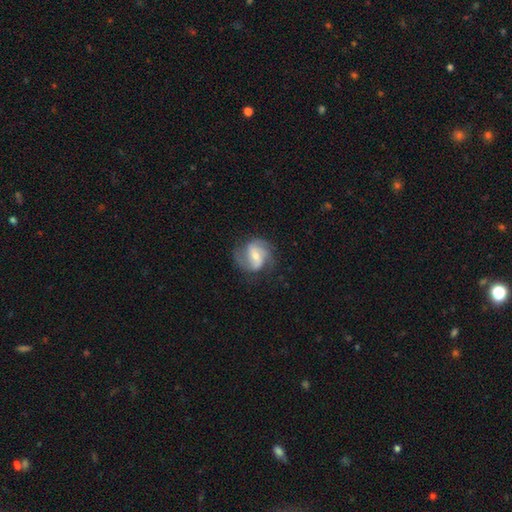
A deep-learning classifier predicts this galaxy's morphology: smooth_or_featured: featured or disk (p=0.81) [alt: smooth p=0.14]
disk_edge_on: no (p=0.97) [alt: yes p=0.03]
bar: weak (p=0.46) [alt: strong p=0.31]
has_spiral_arms: yes (p=0.95) [alt: no p=0.05]
spiral_winding: medium (p=0.50) [alt: loose p=0.25]
spiral_arm_count: 2 (p=0.63) [alt: 3 p=0.19]
bulge_size: moderate (p=0.50) [alt: small p=0.44]
merging: none (p=0.69) [alt: minor disturbance p=0.19]